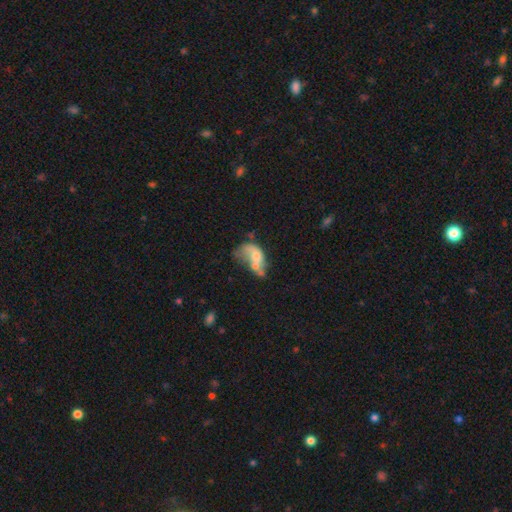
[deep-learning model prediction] This is possibly a featured or disk galaxy (45%, tied with smooth). Merging: marginally merger (38%).